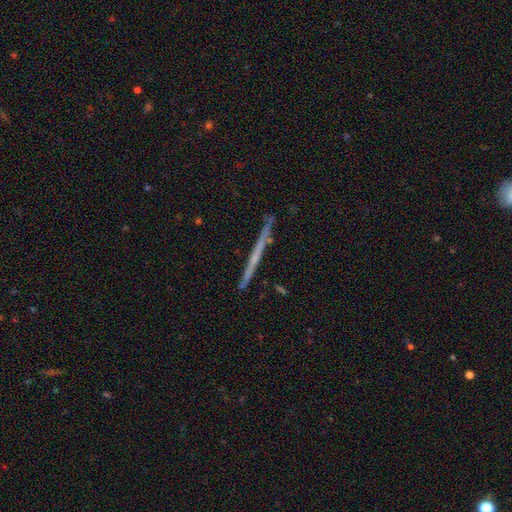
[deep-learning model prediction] smooth-or-featured: featured or disk: 60% | smooth: 33% | star or artifact: 7%
  disk-edge-on: yes: 97% | no: 3%
    edge-on-bulge: none: 82% | rounded: 14% | boxy: 5%
  merging: none: 88% | minor disturbance: 8% | major disturbance: 2% | merger: 2%